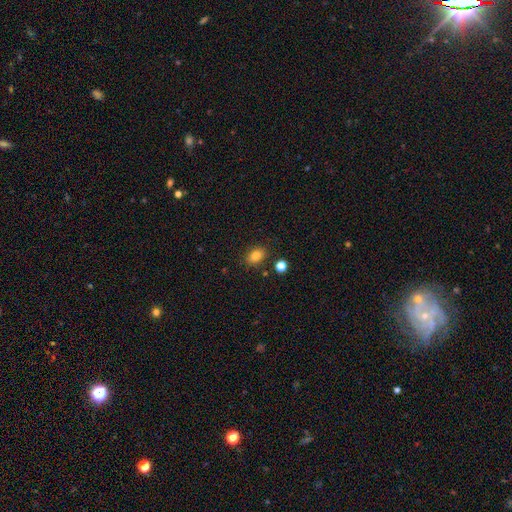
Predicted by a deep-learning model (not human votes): This is clearly a smooth galaxy (83%). How rounded: likely in between (74%). Merging: clearly none (82%).